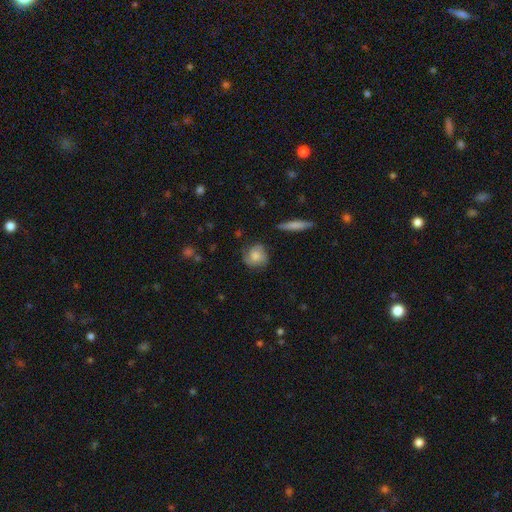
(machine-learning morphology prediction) Smooth or featured? Predicted: smooth (p=0.55). How rounded? Predicted: round (p=0.82). Merging? Predicted: none (p=0.71).